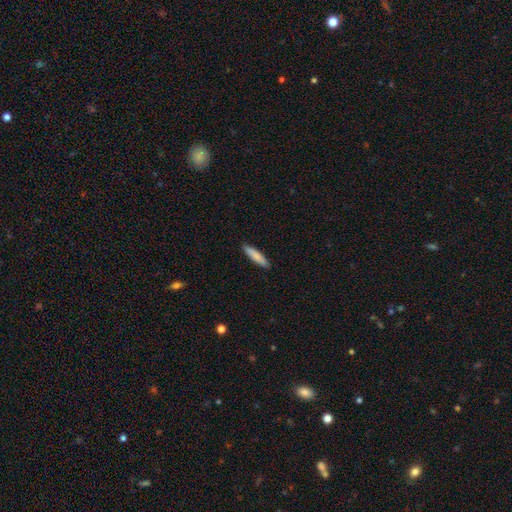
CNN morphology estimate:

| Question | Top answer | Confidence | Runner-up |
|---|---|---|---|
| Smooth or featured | smooth | 83% | featured or disk (11%) |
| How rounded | cigar-shaped | 85% | in between (13%) |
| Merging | none | 91% | minor disturbance (7%) |